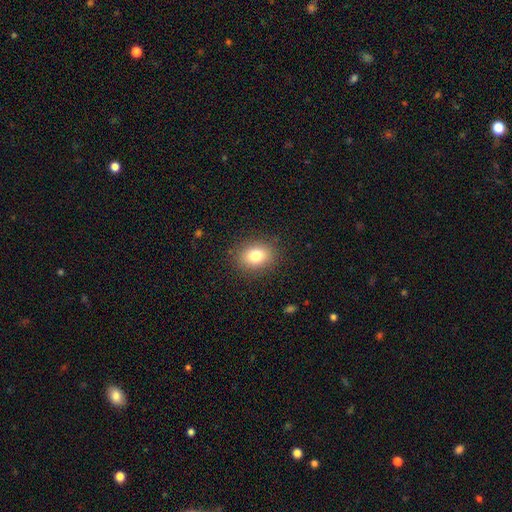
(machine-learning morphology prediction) smooth 80%, star or artifact 11%, featured or disk 10%. Down the decision tree: how rounded — in between (57%); merging — none (87%).